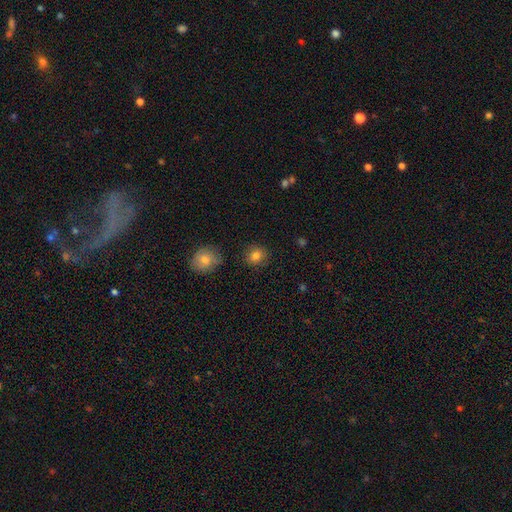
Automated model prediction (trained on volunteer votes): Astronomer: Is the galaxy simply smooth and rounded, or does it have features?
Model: smooth — 83%.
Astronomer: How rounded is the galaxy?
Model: round — 81%.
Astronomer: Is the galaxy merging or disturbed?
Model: none — 86%.